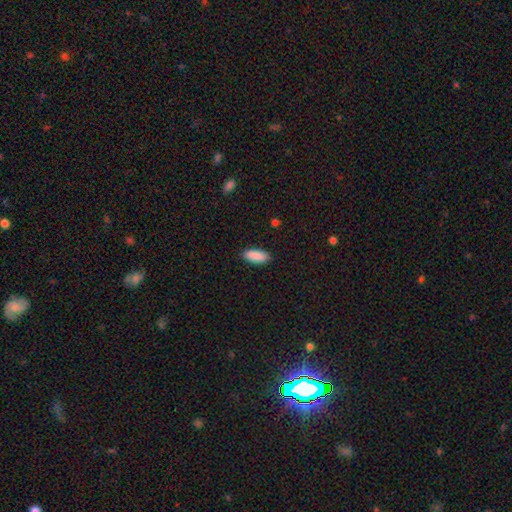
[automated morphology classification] smooth_or_featured: smooth (p=0.90) [alt: star or artifact p=0.06]
how_rounded: in between (p=0.83) [alt: cigar-shaped p=0.15]
merging: none (p=0.89) [alt: minor disturbance p=0.08]